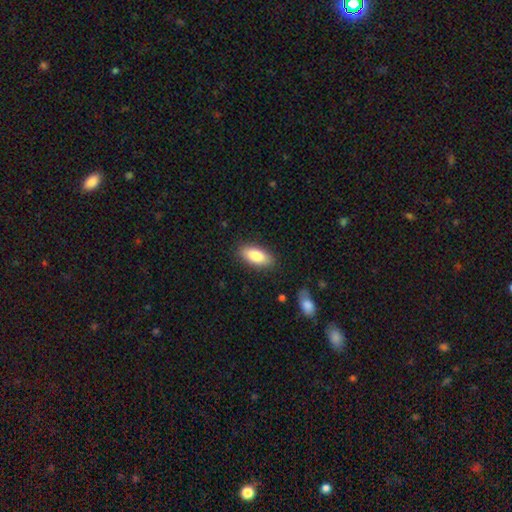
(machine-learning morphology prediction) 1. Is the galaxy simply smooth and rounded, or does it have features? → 85% smooth, 9% featured or disk, 6% star or artifact.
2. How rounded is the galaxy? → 84% in between, 14% cigar-shaped, 2% round.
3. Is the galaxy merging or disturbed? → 87% none, 10% minor disturbance, 2% major disturbance, 1% merger.